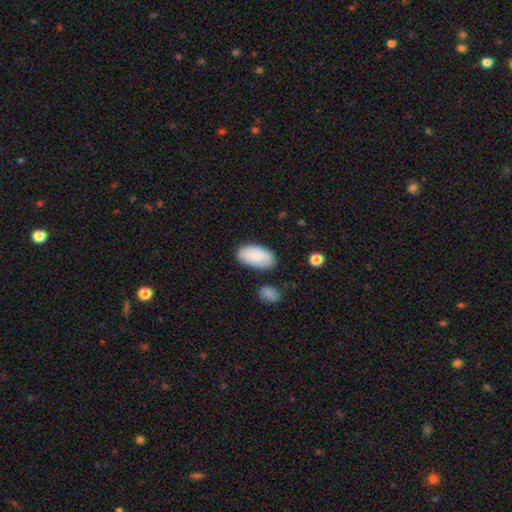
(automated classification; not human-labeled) smooth-or-featured: smooth: 83% | featured or disk: 11% | star or artifact: 6%
  how-rounded: in between: 95% | round: 3% | cigar-shaped: 2%
  merging: none: 78% | minor disturbance: 15% | merger: 4% | major disturbance: 3%